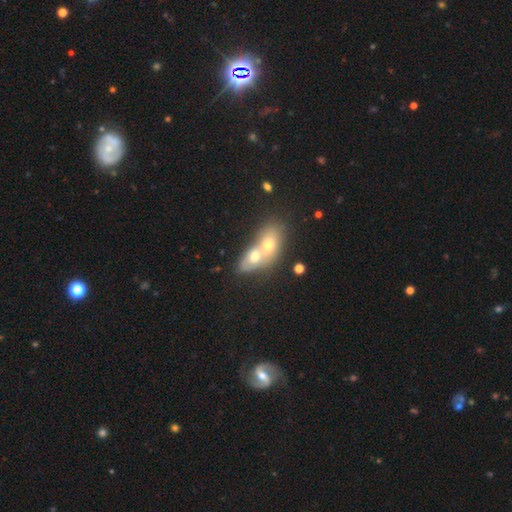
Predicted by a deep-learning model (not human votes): Q: Smooth or featured?
A: smooth (49%); runner-up: featured or disk (39%)
Q: Merging?
A: merger (75%); runner-up: none (17%)